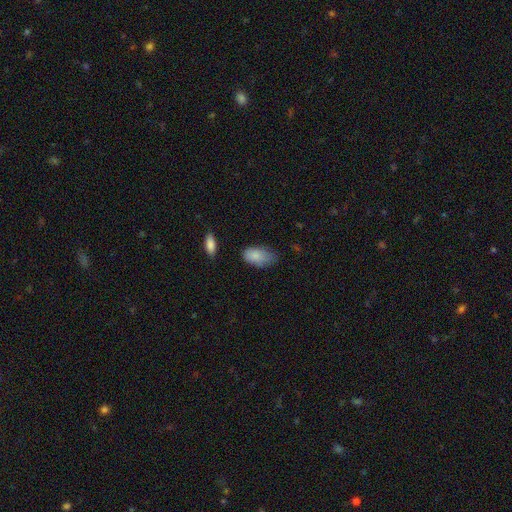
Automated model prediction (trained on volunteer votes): Overall: smooth (85%). How rounded: in between (93%). Merging: none (55%; minor disturbance 35%).